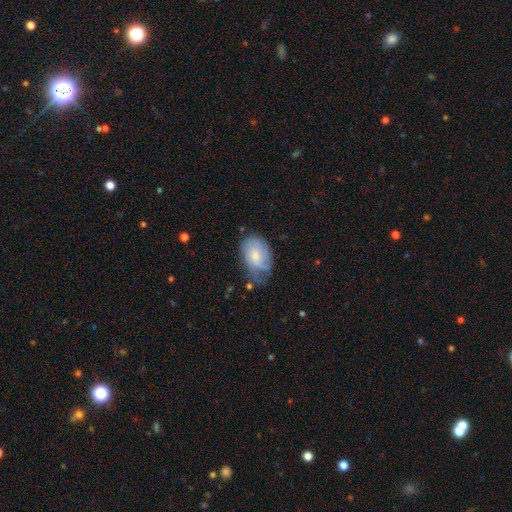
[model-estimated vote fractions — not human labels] Smooth or featured: featured or disk — 50% (smooth — 43%)
Merging: none — 53% (minor disturbance — 31%)